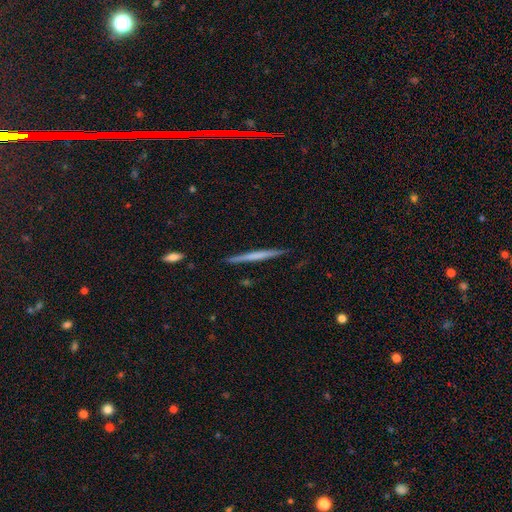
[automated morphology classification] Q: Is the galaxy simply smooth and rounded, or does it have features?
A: featured or disk — 50%.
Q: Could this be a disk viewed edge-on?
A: yes — 97%.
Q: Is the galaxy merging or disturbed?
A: none — 89%.